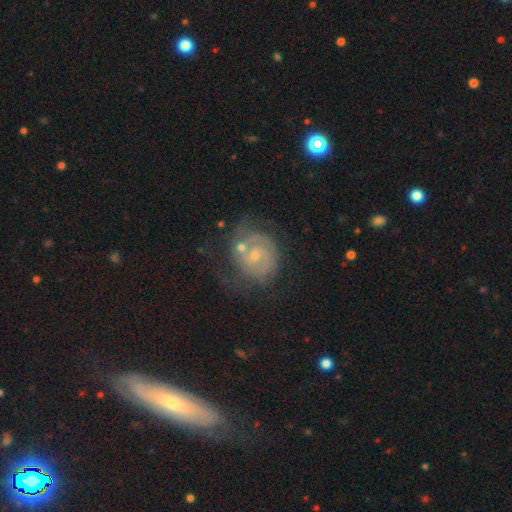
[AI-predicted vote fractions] smooth-or-featured: featured or disk: 83% | smooth: 10% | star or artifact: 6%
  disk-edge-on: no: 98% | yes: 2%
    bar: no: 62% | weak: 33% | strong: 5%
    has-spiral-arms: yes: 94% | no: 6%
      spiral-winding: tight: 65% | medium: 29% | loose: 7%
      spiral-arm-count: 2: 58% | can't tell: 19% | 3: 12% | 1: 5% | 4: 3% | more than 4: 3%
    bulge-size: small: 67% | moderate: 28% | none: 3% | large: 1% | dominant: 1%
  merging: none: 57% | minor disturbance: 20% | major disturbance: 12% | merger: 10%